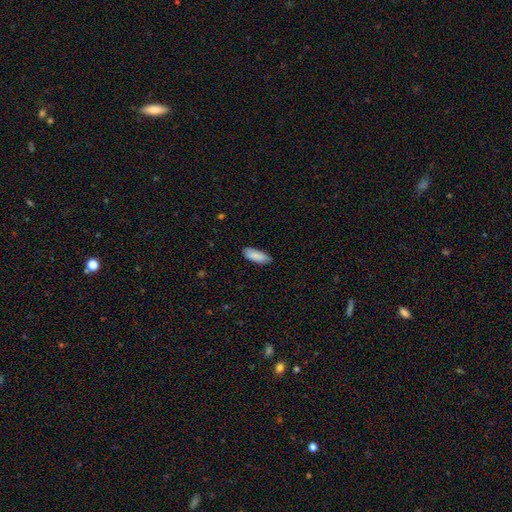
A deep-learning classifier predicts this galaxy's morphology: This appears to be a smooth galaxy with no disk features (89%) that is in between round and cigar-shaped (73%). Merging: none (85%).